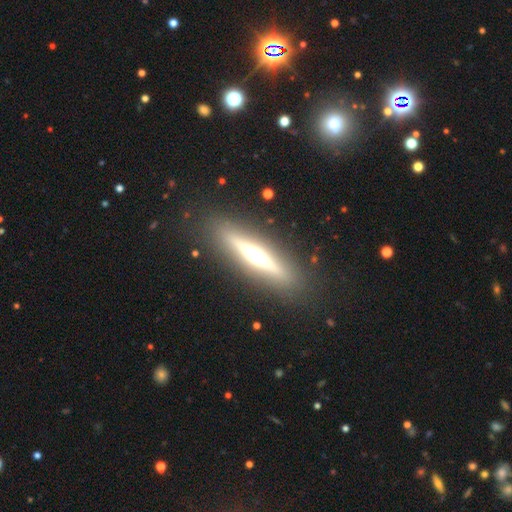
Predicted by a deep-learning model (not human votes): A featured or disk galaxy (71%) viewed edge-on (95%) with a rounded central bulge (85%). Merging: none (88%).